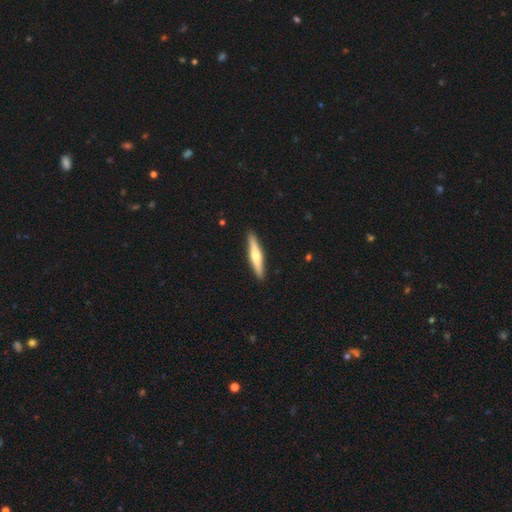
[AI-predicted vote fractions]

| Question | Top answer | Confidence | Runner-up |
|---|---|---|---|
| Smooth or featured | featured or disk | 56% | smooth (39%) |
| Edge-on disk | yes | 97% | no (3%) |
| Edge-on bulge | rounded | 89% | none (7%) |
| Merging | none | 92% | minor disturbance (6%) |